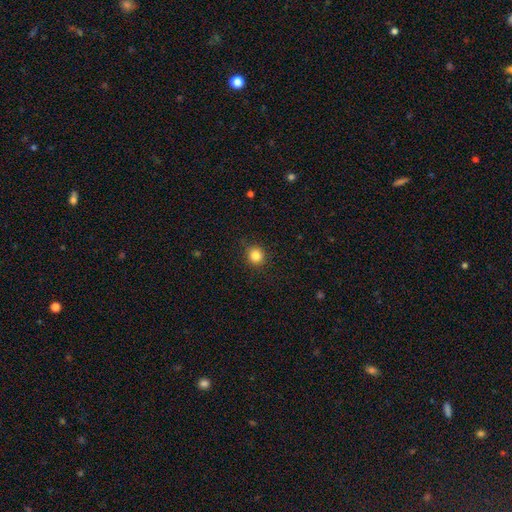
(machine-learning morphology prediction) smooth-or-featured: smooth: 84% | star or artifact: 11% | featured or disk: 5%
  how-rounded: round: 91% | in between: 8% | cigar-shaped: 1%
  merging: none: 88% | minor disturbance: 8% | major disturbance: 2% | merger: 1%